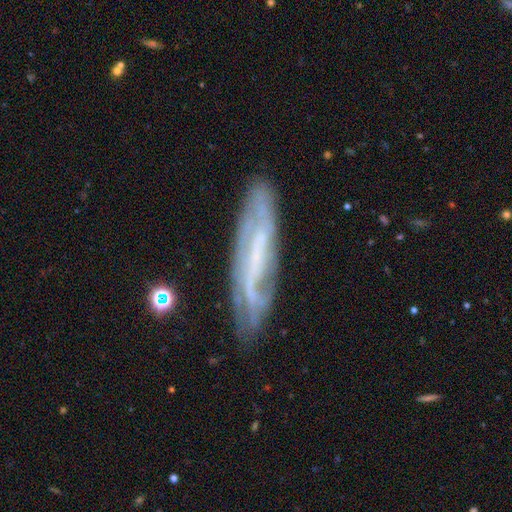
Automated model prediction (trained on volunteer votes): Smooth or featured? featured or disk (71%)
Edge-on disk? no (63%)
Merging? none (74%)